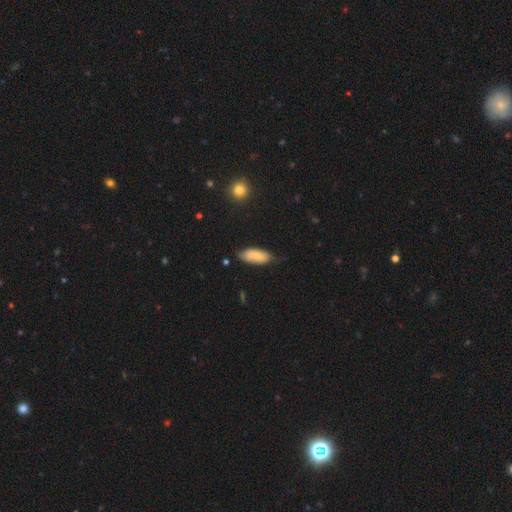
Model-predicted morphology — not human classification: A smooth galaxy with no disk features (77%) that is in between round and cigar-shaped (81%).

Vote fractions:
- Smooth or featured? smooth: 77% / featured or disk: 17% / star or artifact: 6%
- How rounded? in between: 81% / cigar-shaped: 17% / round: 2%
- Merging? none: 67% / minor disturbance: 27% / major disturbance: 4% / merger: 2%